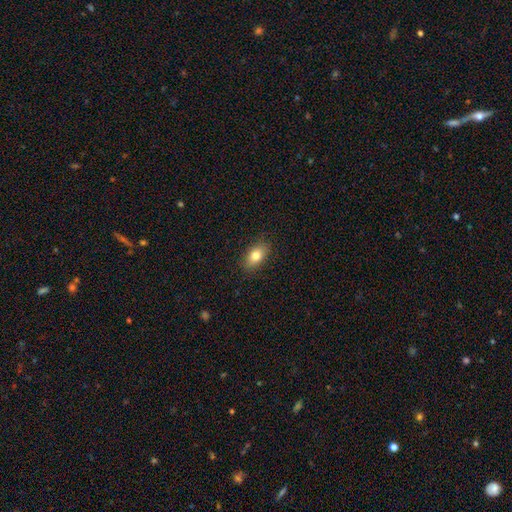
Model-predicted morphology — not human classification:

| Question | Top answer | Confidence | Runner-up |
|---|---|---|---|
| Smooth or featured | smooth | 80% | featured or disk (11%) |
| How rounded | in between | 87% | round (10%) |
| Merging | none | 87% | minor disturbance (10%) |